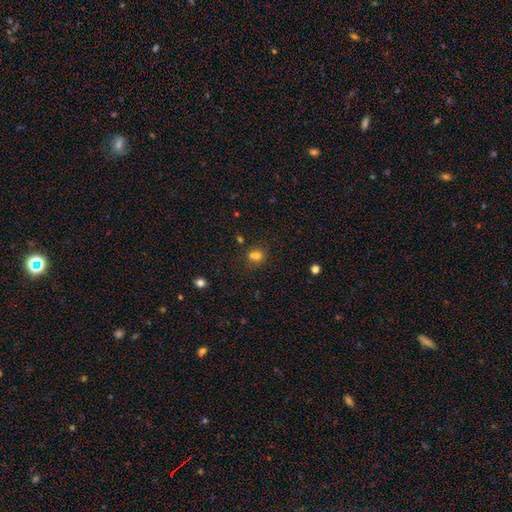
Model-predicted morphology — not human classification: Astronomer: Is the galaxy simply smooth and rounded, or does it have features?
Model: smooth — 72%.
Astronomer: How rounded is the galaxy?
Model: round — 73%.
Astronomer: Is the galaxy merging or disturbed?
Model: none — 47% (runner-up: merger, 38%).